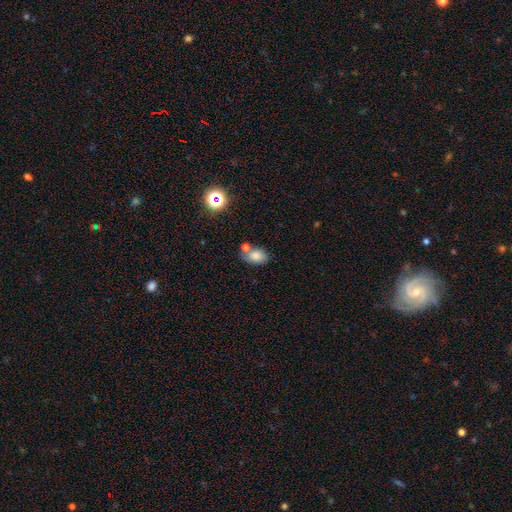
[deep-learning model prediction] smooth-or-featured: smooth: 77% | star or artifact: 12% | featured or disk: 11%
  how-rounded: in between: 84% | round: 15% | cigar-shaped: 1%
  merging: none: 54% | merger: 24% | minor disturbance: 17% | major disturbance: 6%